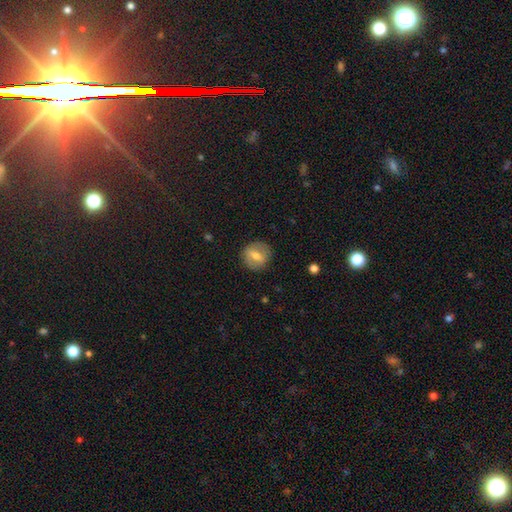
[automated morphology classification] Smooth or featured? smooth (55%)
How rounded? round (75%)
Merging? none (85%)